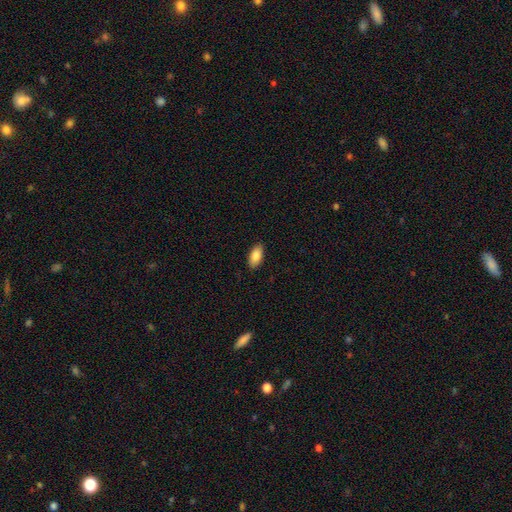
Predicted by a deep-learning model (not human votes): The model was most divided on "smooth or featured": smooth: 85%, featured or disk: 8%, star or artifact: 7%. More confident: how rounded — in between (91%); merging — none (89%).